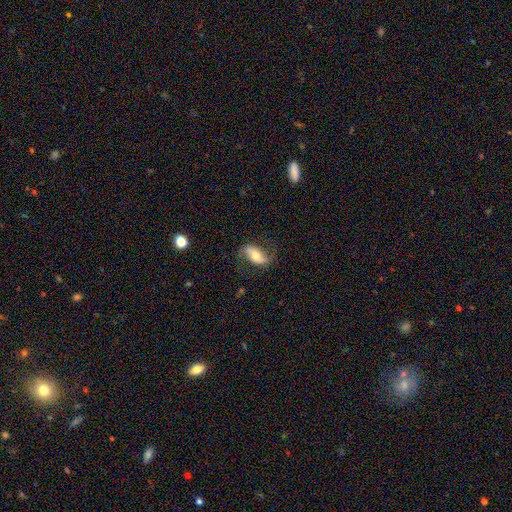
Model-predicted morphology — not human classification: smooth_or_featured: featured or disk (p=0.58) [alt: smooth p=0.35]
disk_edge_on: no (p=0.90) [alt: yes p=0.10]
bar: no (p=0.37) [alt: strong p=0.34]
has_spiral_arms: yes (p=0.83) [alt: no p=0.17]
bulge_size: moderate (p=0.67) [alt: small p=0.16]
merging: none (p=0.71) [alt: minor disturbance p=0.18]